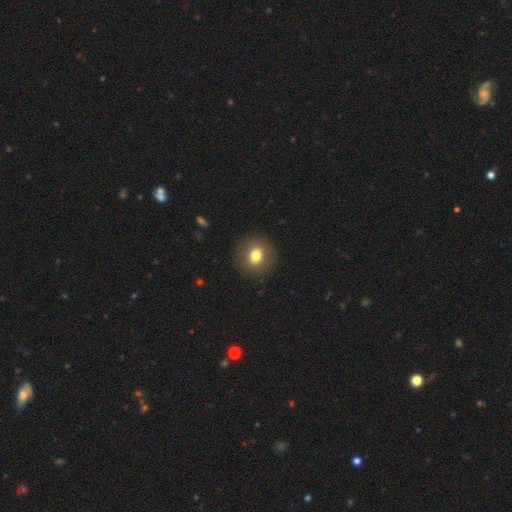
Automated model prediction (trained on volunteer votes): This appears to be a smooth galaxy with no disk features (74%) that is round (72%). Merging: none (89%).